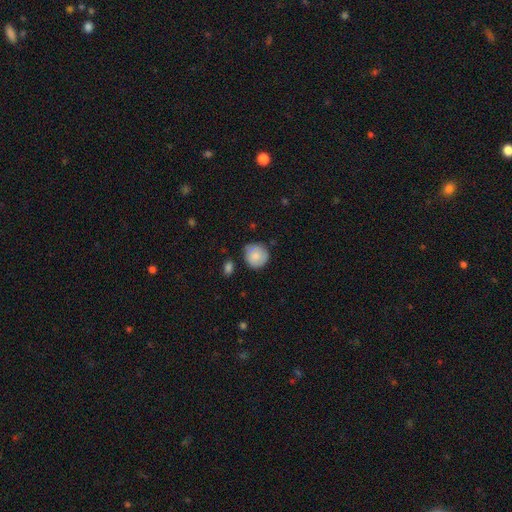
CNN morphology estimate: smooth 78%, featured or disk 15%, star or artifact 7%. Down the decision tree: how rounded — round (88%); merging — none (70%).